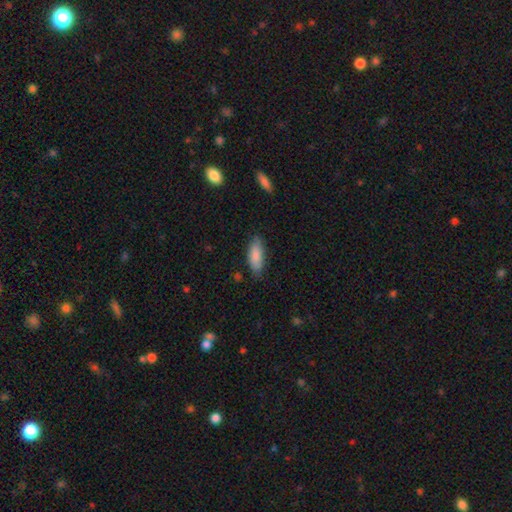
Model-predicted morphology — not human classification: Smooth or featured? smooth (86%)
How rounded? in between (74%)
Merging? none (78%)